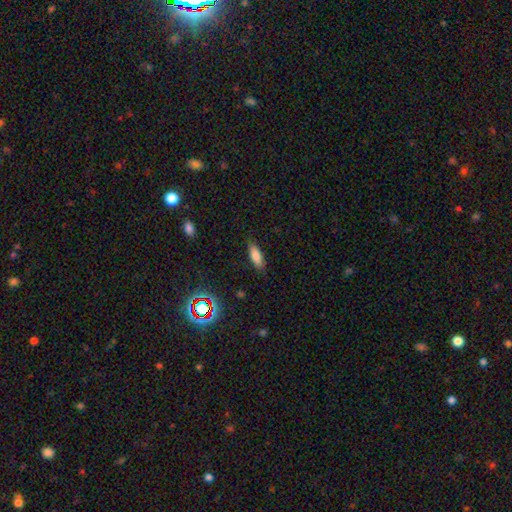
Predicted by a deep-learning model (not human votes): Overall: smooth (80%). How rounded: in between (65%; cigar-shaped 32%). Merging: none (84%).